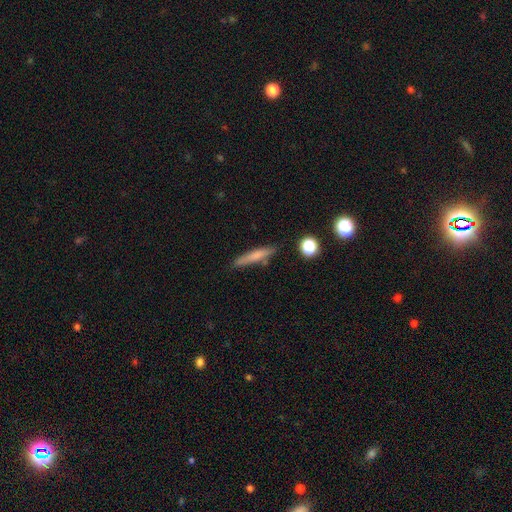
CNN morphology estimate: Smooth or featured: smooth — 68% (featured or disk — 24%)
How rounded: cigar-shaped — 88% (in between — 9%)
Merging: none — 79% (minor disturbance — 13%)